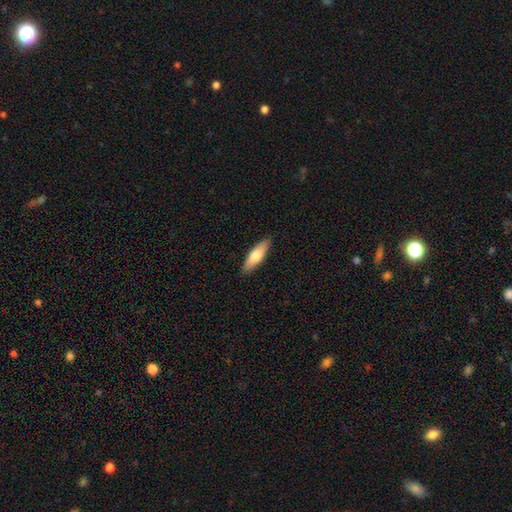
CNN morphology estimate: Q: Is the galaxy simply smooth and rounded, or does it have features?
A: smooth — 71%.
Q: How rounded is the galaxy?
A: cigar-shaped — 52%.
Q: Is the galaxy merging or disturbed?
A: none — 89%.